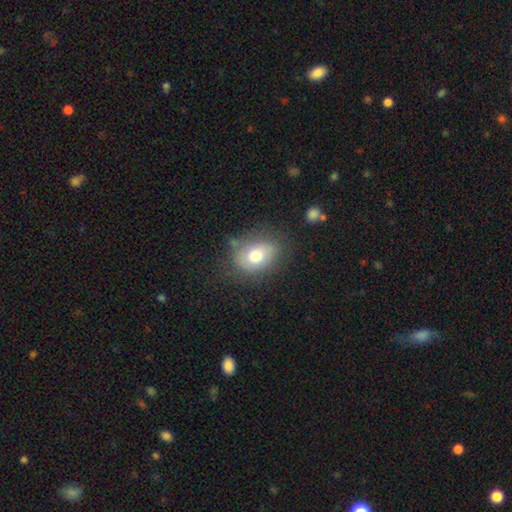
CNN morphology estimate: A smooth galaxy with no disk features (71%) that is in between round and cigar-shaped (67%).

Vote fractions:
- Smooth or featured? smooth: 71% / featured or disk: 19% / star or artifact: 10%
- How rounded? in between: 67% / round: 32% / cigar-shaped: 1%
- Merging? none: 68% / minor disturbance: 21% / major disturbance: 8% / merger: 3%